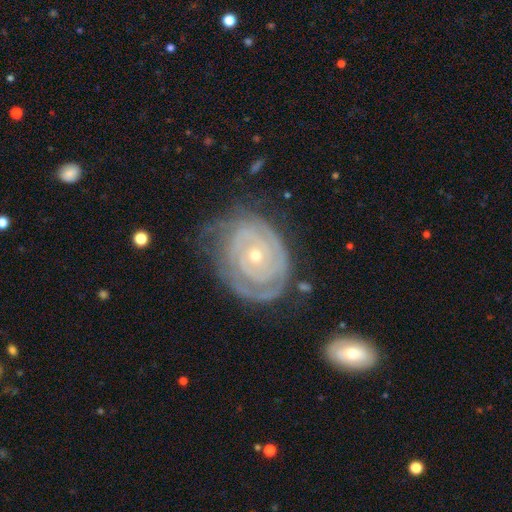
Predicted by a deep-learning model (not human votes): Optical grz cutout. It shows a featured or disk galaxy (86%) with no bar (80%), tight (85%) spiral arms (93%) and a small central bulge (68%). Merging: none (63%).